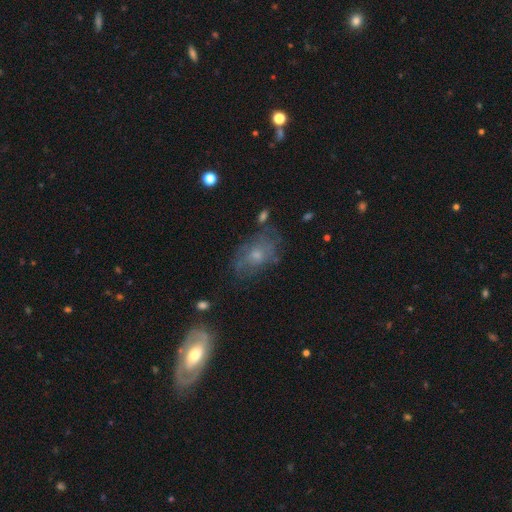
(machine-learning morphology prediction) A featured or disk galaxy (49%).

Vote fractions:
- Smooth or featured? featured or disk: 49% / smooth: 37% / star or artifact: 13%
- Merging? none: 58% / minor disturbance: 23% / major disturbance: 15% / merger: 4%